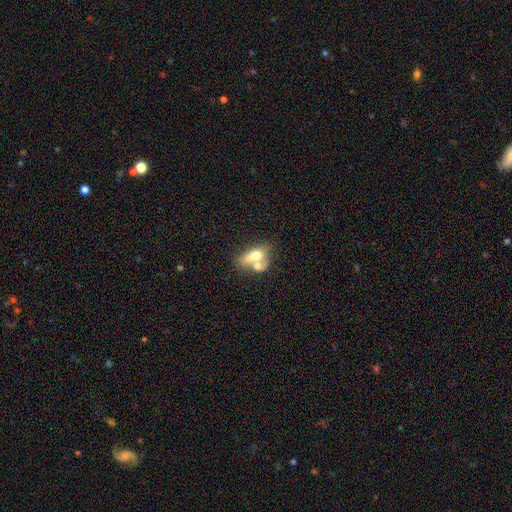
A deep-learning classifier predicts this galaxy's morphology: Overall: smooth (65%; featured or disk 28%). How rounded: in between (80%). Merging: merger (63%).